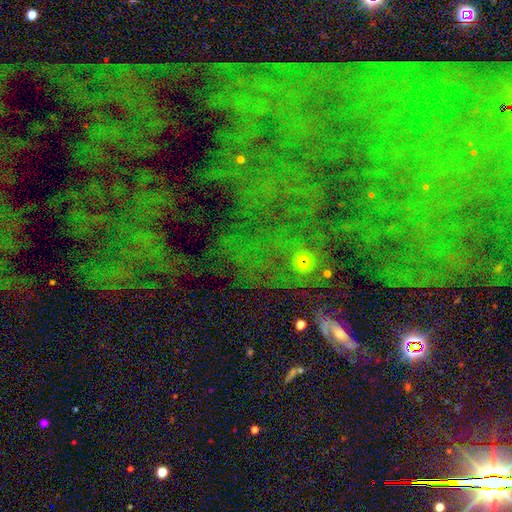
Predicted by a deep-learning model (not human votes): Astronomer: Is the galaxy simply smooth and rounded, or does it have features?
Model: star or artifact — 79%.